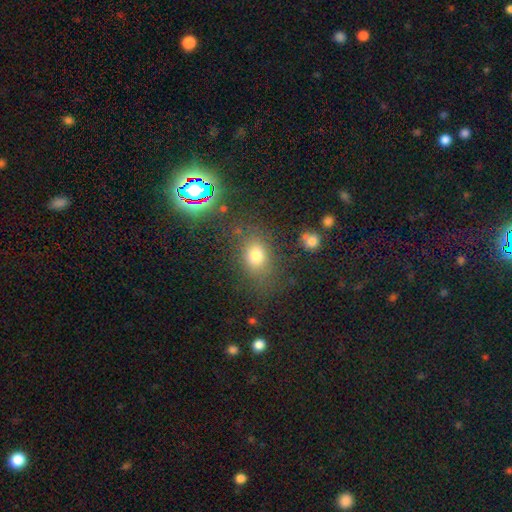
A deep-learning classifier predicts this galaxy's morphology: Smooth or featured? smooth (74%)
How rounded? in between (62%)
Merging? none (74%)